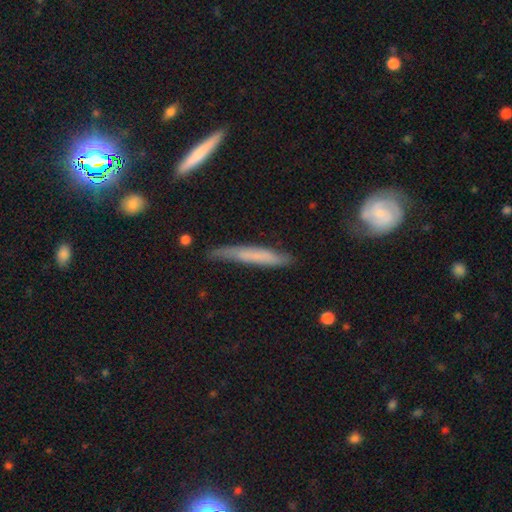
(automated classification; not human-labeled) This is possibly a smooth galaxy (55%). How rounded: clearly cigar-shaped (93%). Merging: likely none (65%).